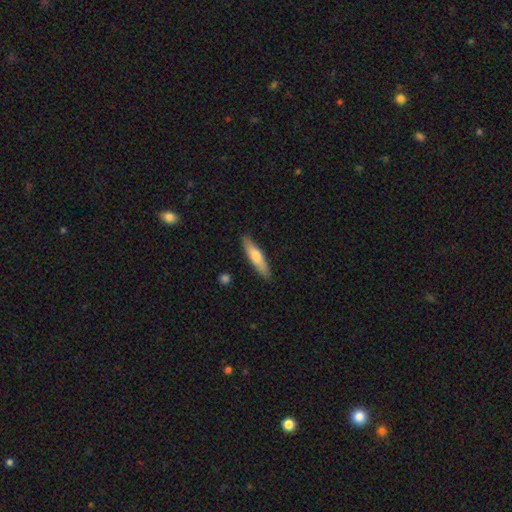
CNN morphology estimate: smooth-or-featured: smooth: 64% | featured or disk: 31% | star or artifact: 5%
  how-rounded: cigar-shaped: 78% | in between: 20% | round: 2%
  merging: none: 87% | minor disturbance: 9% | major disturbance: 2% | merger: 1%